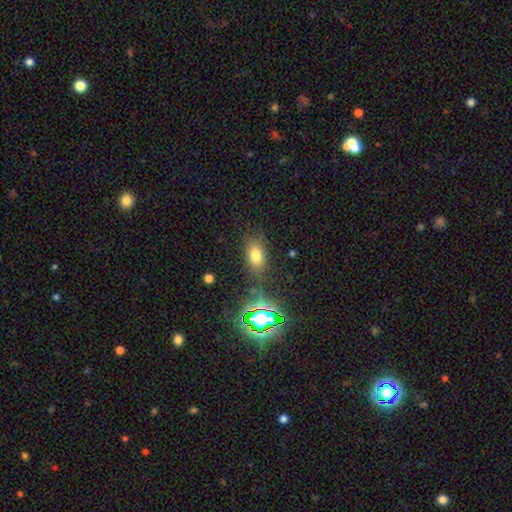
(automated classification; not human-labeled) A smooth galaxy with no disk features (71%) that is in between round and cigar-shaped (81%).

Vote fractions:
- Smooth or featured? smooth: 71% / star or artifact: 19% / featured or disk: 11%
- How rounded? in between: 81% / round: 14% / cigar-shaped: 4%
- Merging? none: 78% / minor disturbance: 13% / major disturbance: 5% / merger: 4%